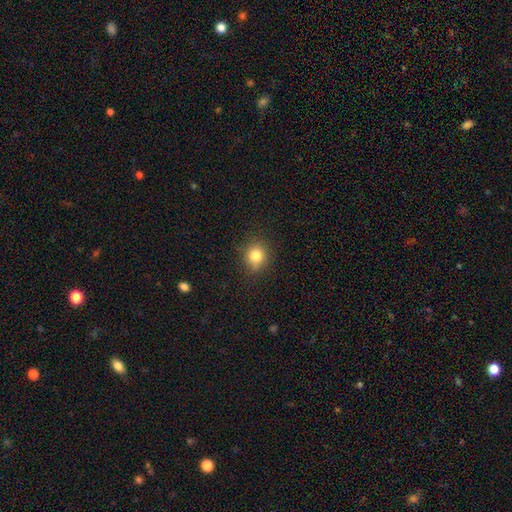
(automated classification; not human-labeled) The model was most divided on "how rounded": round: 75%, in between: 23%, cigar-shaped: 1%. More confident: merging — none (84%); smooth or featured — smooth (82%).